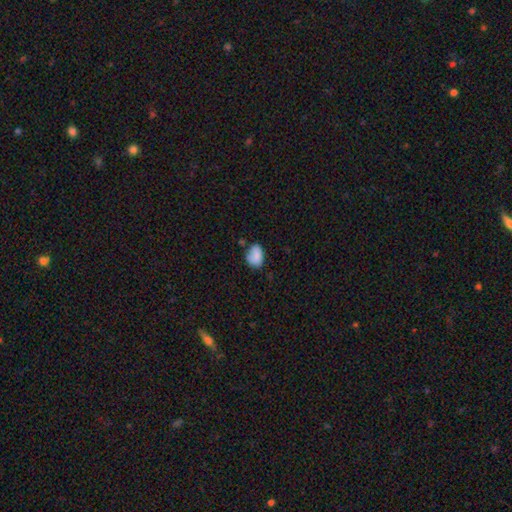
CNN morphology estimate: Smooth or featured? Predicted: smooth (p=0.80). How rounded? Predicted: in between (p=0.71). Merging? Predicted: none (p=0.54).